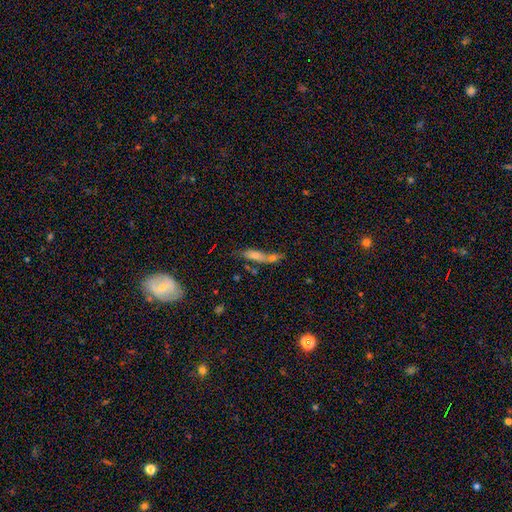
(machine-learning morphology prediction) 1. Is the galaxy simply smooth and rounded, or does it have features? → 65% smooth, 21% featured or disk, 14% star or artifact.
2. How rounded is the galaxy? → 51% cigar-shaped, 44% in between, 5% round.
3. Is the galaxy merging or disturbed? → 46% merger, 30% none, 13% minor disturbance, 10% major disturbance.